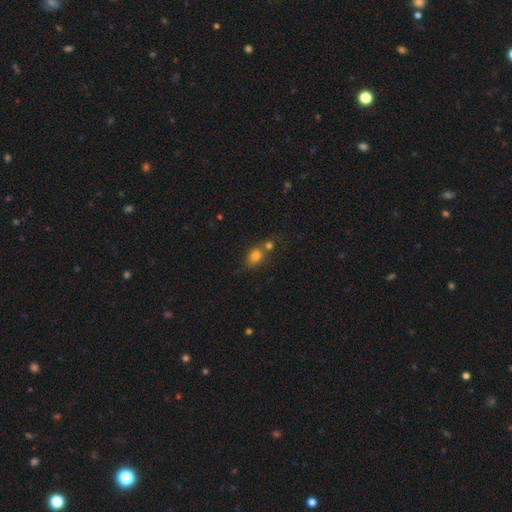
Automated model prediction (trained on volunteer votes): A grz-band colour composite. It shows a smooth galaxy with no disk features (79%) that is in between round and cigar-shaped (62%). Merging: none (42%, tied with merger).